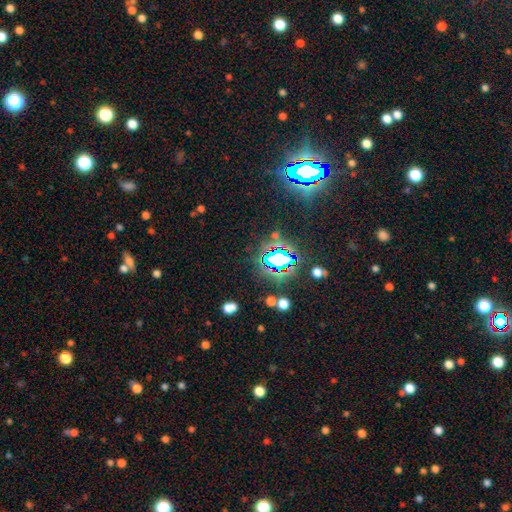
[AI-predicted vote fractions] smooth_or_featured: star or artifact (p=0.82) [alt: smooth p=0.11]